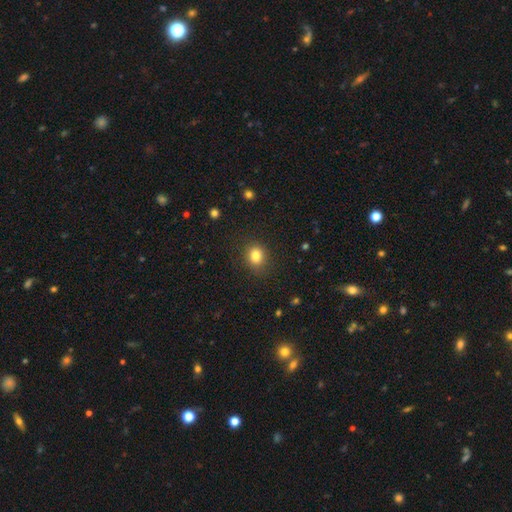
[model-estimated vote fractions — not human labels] Smooth or featured? smooth (83%)
How rounded? round (65%)
Merging? none (87%)